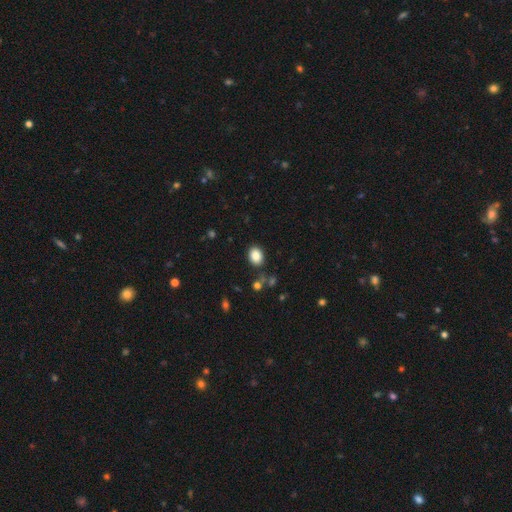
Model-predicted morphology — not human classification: Q: Smooth or featured?
A: smooth (86%); runner-up: star or artifact (9%)
Q: How rounded?
A: in between (65%); runner-up: round (34%)
Q: Merging?
A: none (85%); runner-up: minor disturbance (9%)